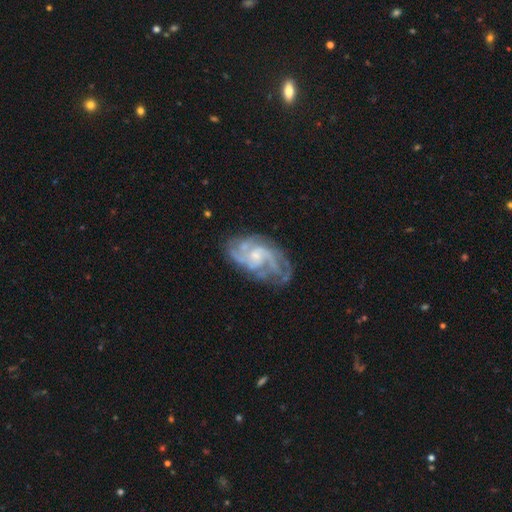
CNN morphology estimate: Smooth or featured? Predicted: featured or disk (p=0.87). Edge-on disk? Predicted: no (p=0.97). Bar? Predicted: no (p=0.60). Spiral arms? Predicted: yes (p=0.96). Spiral winding? Predicted: medium (p=0.47). Spiral arm count? Predicted: 3 (p=0.27). Bulge size? Predicted: small (p=0.60). Merging? Predicted: none (p=0.66).